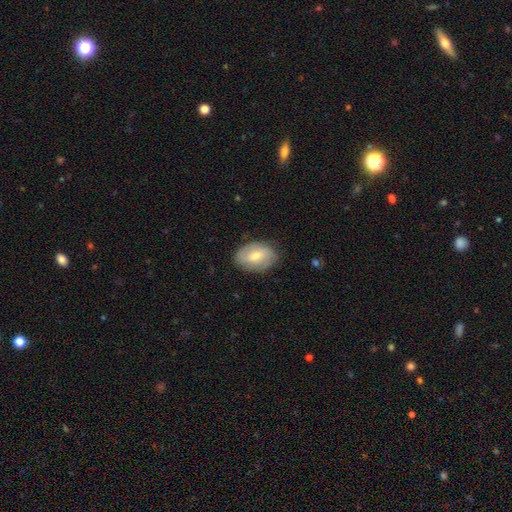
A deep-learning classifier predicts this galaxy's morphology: type=smooth (53%); roundness=in between (84%); merging=none (83%).